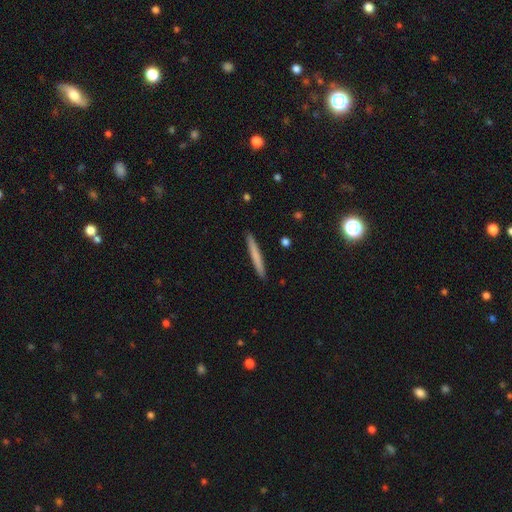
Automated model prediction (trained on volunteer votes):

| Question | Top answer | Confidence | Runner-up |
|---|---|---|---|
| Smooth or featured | smooth | 71% | featured or disk (23%) |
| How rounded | cigar-shaped | 97% | in between (2%) |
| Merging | none | 92% | minor disturbance (5%) |